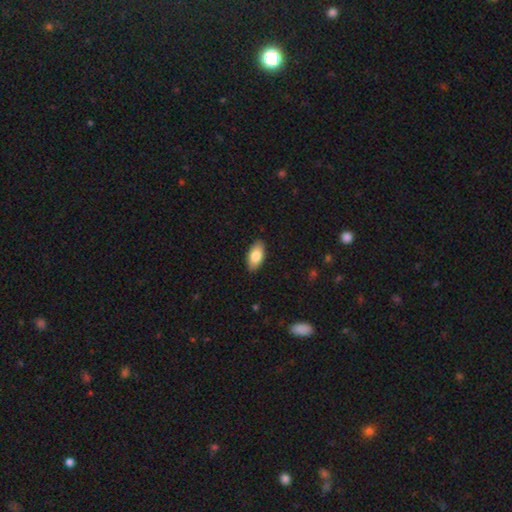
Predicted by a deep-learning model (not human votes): Smooth or featured: smooth — 84% (featured or disk — 10%)
How rounded: in between — 93% (cigar-shaped — 5%)
Merging: none — 89% (minor disturbance — 9%)